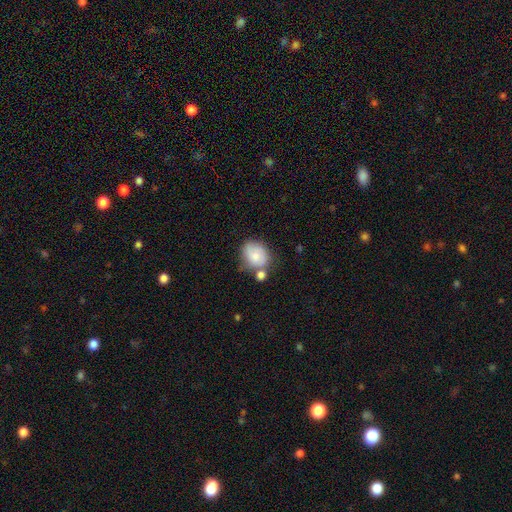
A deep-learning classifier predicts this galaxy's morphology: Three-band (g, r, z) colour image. It shows a smooth galaxy with no disk features (77%) that is in between round and cigar-shaped (53%). Merging: none (48%).